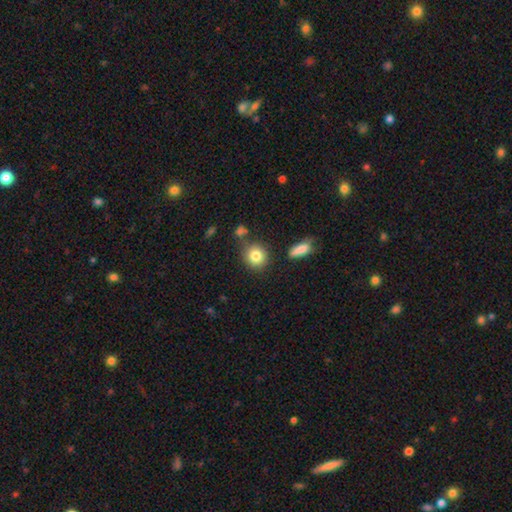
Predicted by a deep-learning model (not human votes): Smooth or featured? Predicted: smooth (p=0.83). How rounded? Predicted: round (p=0.83). Merging? Predicted: none (p=0.76).